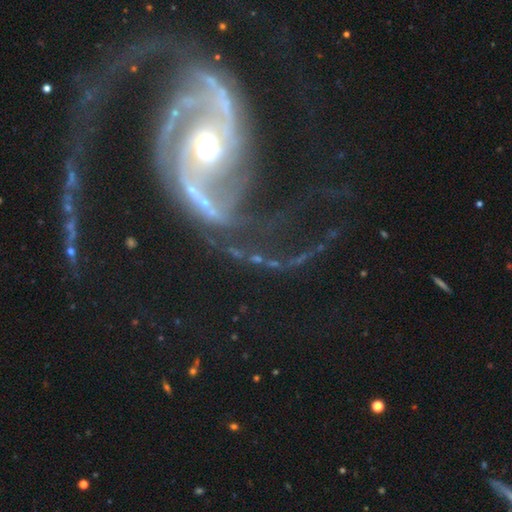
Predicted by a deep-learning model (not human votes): Smooth or featured? featured or disk (91%)
Edge-on disk? no (97%)
Bar? no (45%)
Spiral arms? yes (97%)
Spiral winding? medium (48%)
Spiral arm count? 2 (75%)
Bulge size? moderate (65%)
Merging? none (48%)